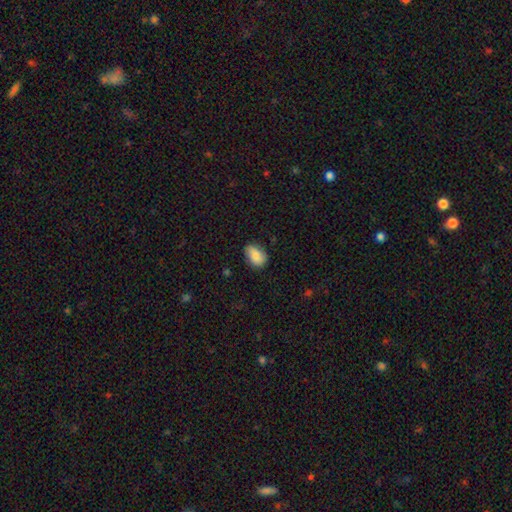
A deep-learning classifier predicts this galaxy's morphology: Smooth or featured? Predicted: smooth (p=0.81). How rounded? Predicted: in between (p=0.83). Merging? Predicted: none (p=0.76).